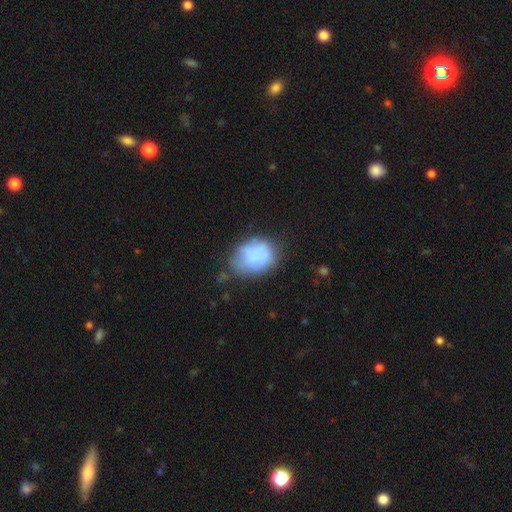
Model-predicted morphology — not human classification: type=smooth (71%); roundness=in between (56%); merging=none (48%).